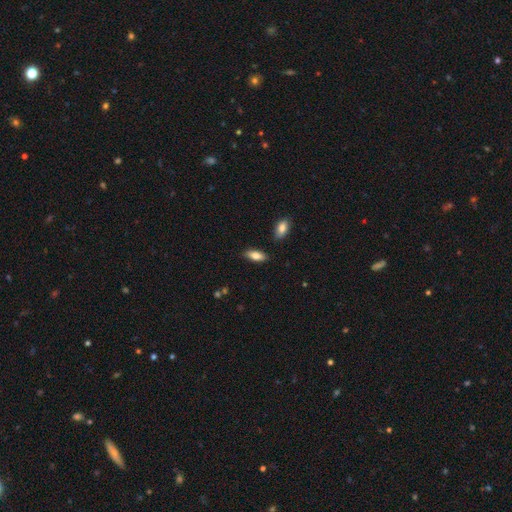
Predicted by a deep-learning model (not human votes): A smooth galaxy with no disk features (79%) that is in between round and cigar-shaped (79%). Merging: none (83%).